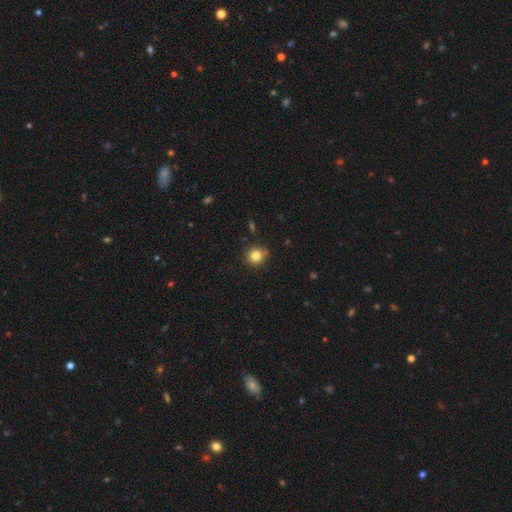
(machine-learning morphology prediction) Overall: smooth (83%). How rounded: round (92%). Merging: none (83%).